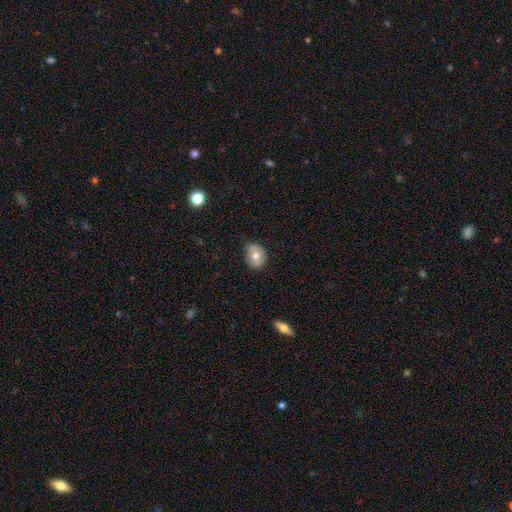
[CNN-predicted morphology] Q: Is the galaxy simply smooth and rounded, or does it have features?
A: smooth — 70%.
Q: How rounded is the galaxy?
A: in between — 49%, tied with round.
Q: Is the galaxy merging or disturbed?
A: none — 75%.